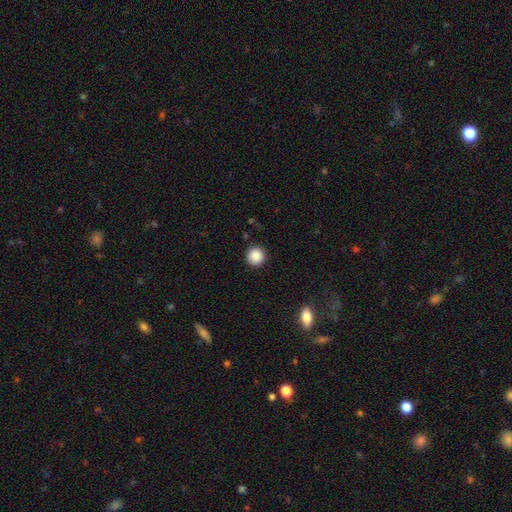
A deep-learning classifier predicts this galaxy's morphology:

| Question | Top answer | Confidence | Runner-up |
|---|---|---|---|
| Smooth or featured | smooth | 88% | star or artifact (9%) |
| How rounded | round | 94% | in between (5%) |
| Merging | none | 91% | minor disturbance (6%) |